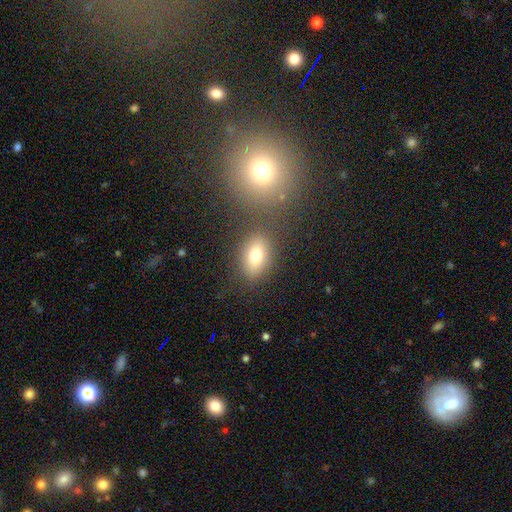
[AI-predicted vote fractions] Smooth or featured? Predicted: smooth (p=0.75). How rounded? Predicted: in between (p=0.81). Merging? Predicted: none (p=0.78).